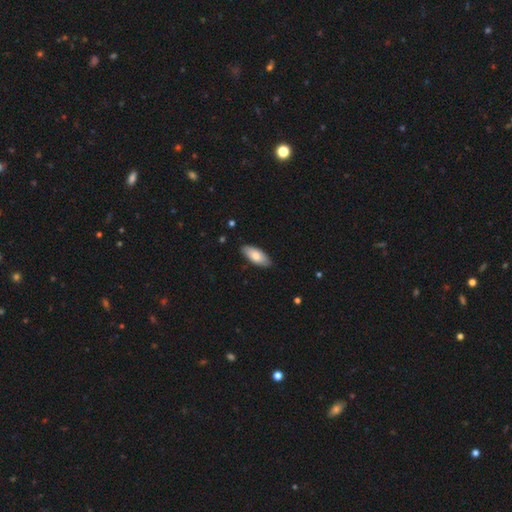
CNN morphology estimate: Smooth or featured? smooth (76%)
How rounded? in between (86%)
Merging? none (85%)